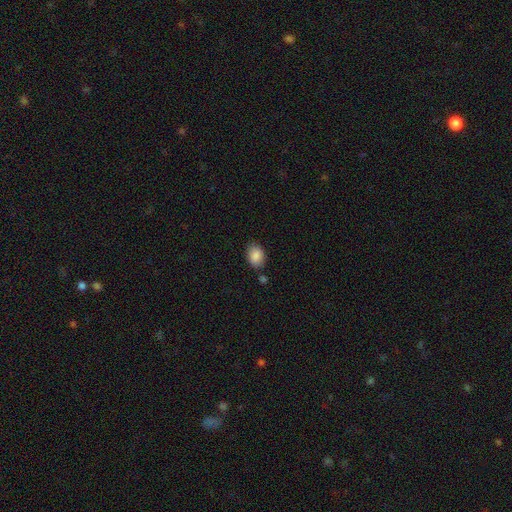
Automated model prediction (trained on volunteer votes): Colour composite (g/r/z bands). It shows a smooth galaxy with no disk features (88%) that is in between round and cigar-shaped (74%). Merging: none (78%).